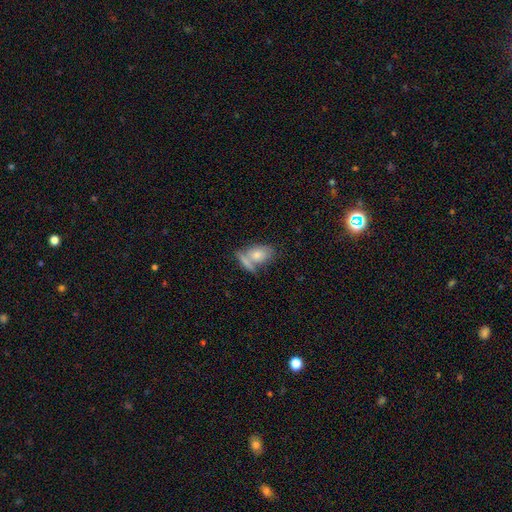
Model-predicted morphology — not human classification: Smooth or featured? Predicted: smooth (p=0.71). How rounded? Predicted: in between (p=0.79). Merging? Predicted: none (p=0.40, tied with merger).